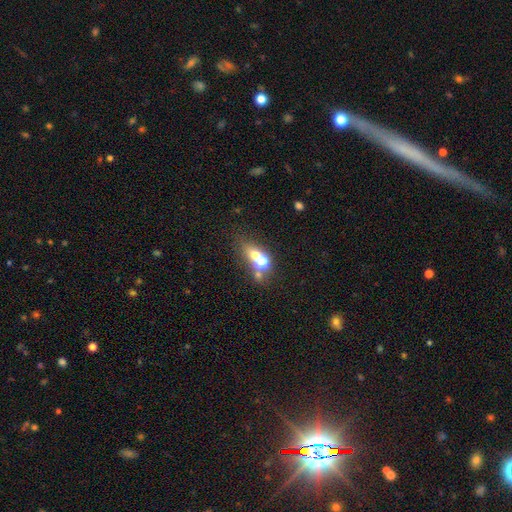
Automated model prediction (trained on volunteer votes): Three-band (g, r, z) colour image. It shows a smooth galaxy with no disk features (56%) that is round (49%). Merging: merger (50%).